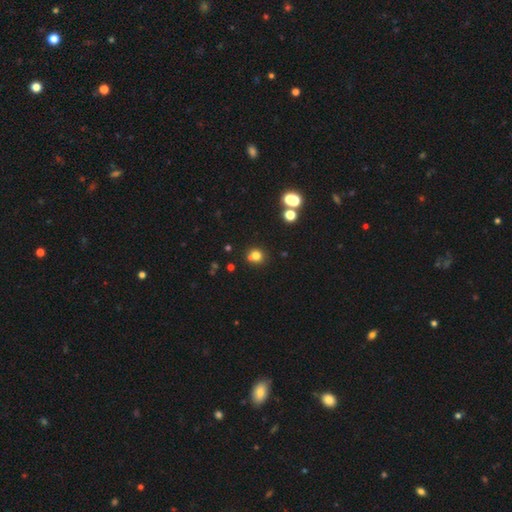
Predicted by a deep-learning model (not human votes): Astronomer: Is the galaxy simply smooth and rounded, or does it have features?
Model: smooth — 75%.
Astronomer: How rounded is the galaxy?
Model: round — 86%.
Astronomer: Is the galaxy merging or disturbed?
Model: none — 67%.